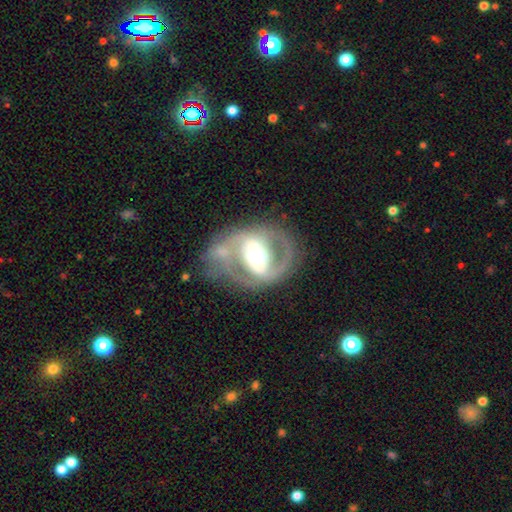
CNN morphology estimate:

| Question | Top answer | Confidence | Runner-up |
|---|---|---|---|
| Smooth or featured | featured or disk | 79% | smooth (14%) |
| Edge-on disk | no | 96% | yes (4%) |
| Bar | strong | 43% | weak (30%) |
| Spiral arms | yes | 69% | no (31%) |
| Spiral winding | medium | 46% | tight (31%) |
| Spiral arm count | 2 | 79% | can't tell (10%) |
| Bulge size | moderate | 48% | large (38%) |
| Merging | none | 59% | minor disturbance (17%) |